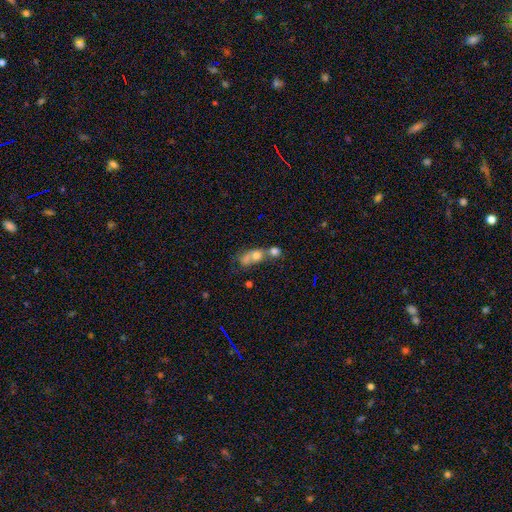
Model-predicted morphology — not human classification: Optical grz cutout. It shows a smooth galaxy with no disk features (65%) that is in between round and cigar-shaped (48%). Merging: merger (65%).